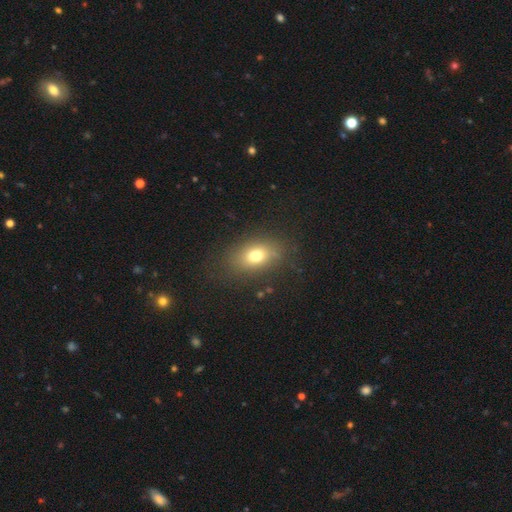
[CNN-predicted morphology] smooth_or_featured: smooth (p=0.73) [alt: featured or disk p=0.14]
how_rounded: in between (p=0.75) [alt: round p=0.23]
merging: none (p=0.81) [alt: minor disturbance p=0.12]